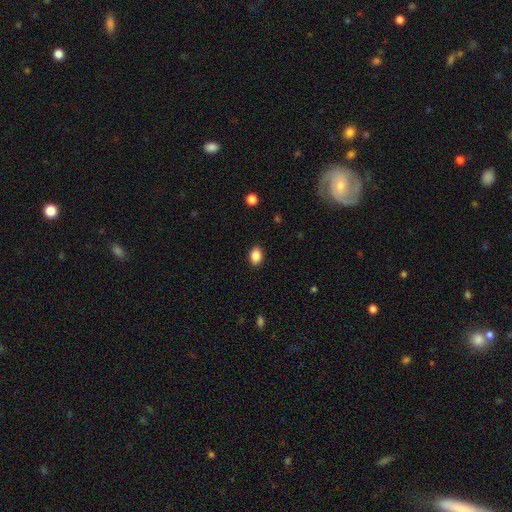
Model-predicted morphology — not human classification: Smooth or featured?
  - smooth: 88% *
  - star or artifact: 9%
  - featured or disk: 3%
How rounded?
  - in between: 75% *
  - round: 24%
  - cigar-shaped: 1%
Merging?
  - none: 89% *
  - minor disturbance: 8%
  - major disturbance: 2%
  - merger: 1%